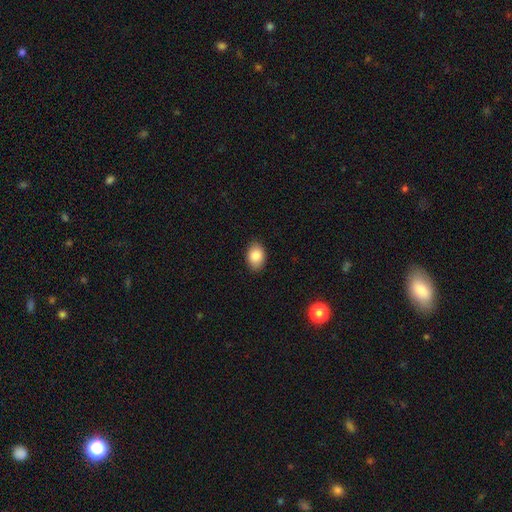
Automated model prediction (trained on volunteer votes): A smooth galaxy with no disk features (86%) that is in between round and cigar-shaped (81%). Merging: none (88%).